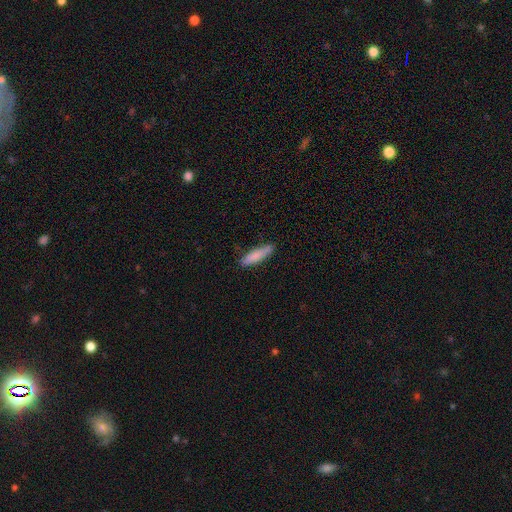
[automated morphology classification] Q: Smooth or featured?
A: smooth (83%); runner-up: featured or disk (12%)
Q: How rounded?
A: cigar-shaped (79%); runner-up: in between (20%)
Q: Merging?
A: none (81%); runner-up: minor disturbance (15%)